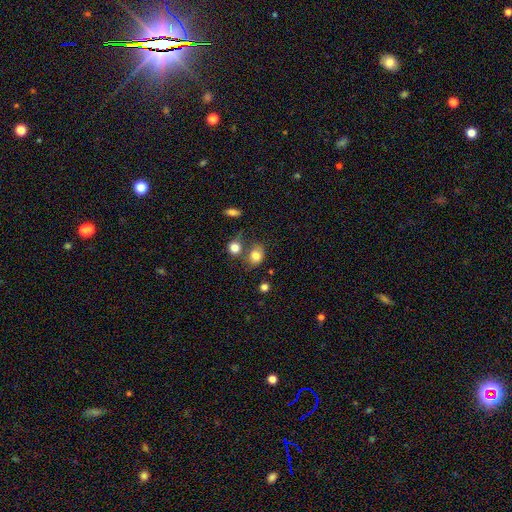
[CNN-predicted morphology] Smooth or featured: smooth — 80% (star or artifact — 10%)
How rounded: round — 52% (in between — 47%)
Merging: none — 53% (merger — 24%)